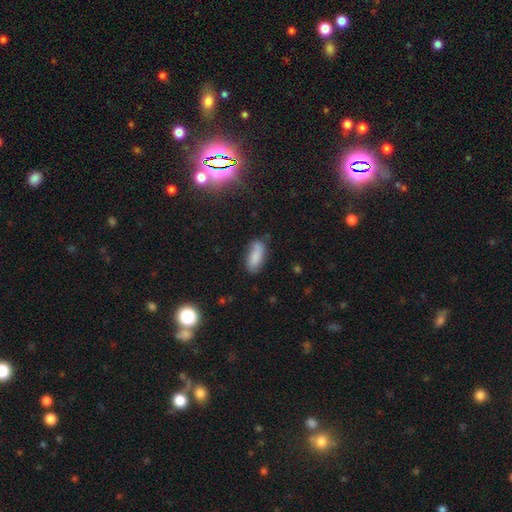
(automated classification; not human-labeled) Smooth or featured? Predicted: smooth (p=0.79). How rounded? Predicted: in between (p=0.82). Merging? Predicted: none (p=0.65).